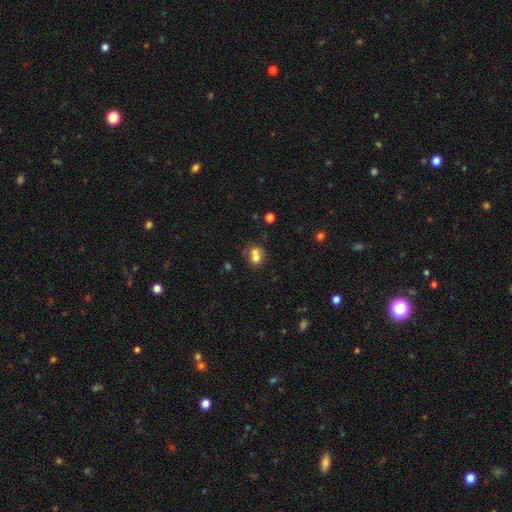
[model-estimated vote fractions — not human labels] Overall: smooth (69%). How rounded: round (61%; in between 38%). Merging: merger (55%; none 31%).